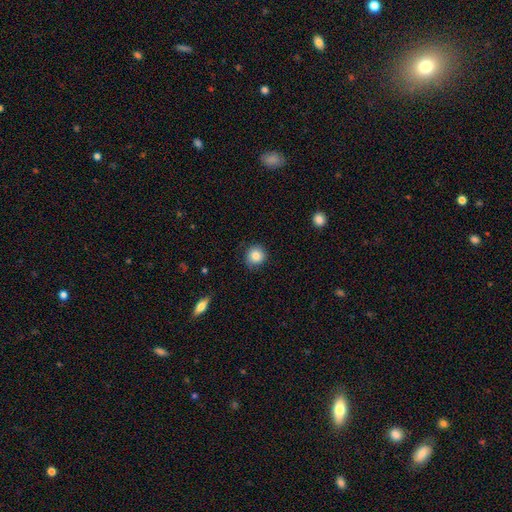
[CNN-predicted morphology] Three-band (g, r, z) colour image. It shows a smooth galaxy with no disk features (85%) that is round (91%). Merging: none (83%).